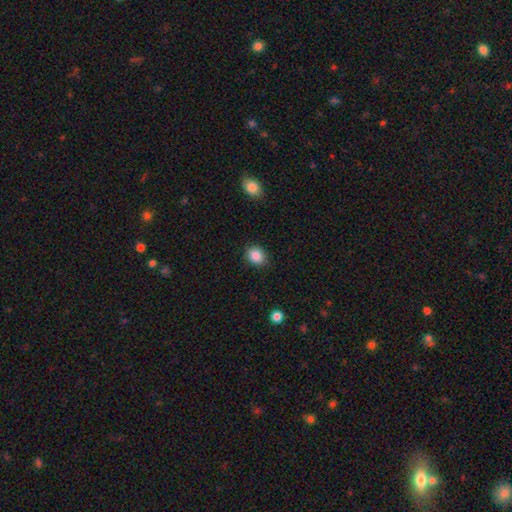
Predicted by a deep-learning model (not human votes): Smooth or featured?
  - smooth: 87% *
  - star or artifact: 9%
  - featured or disk: 4%
How rounded?
  - round: 59% *
  - in between: 40%
  - cigar-shaped: 1%
Merging?
  - none: 86% *
  - minor disturbance: 11%
  - major disturbance: 2%
  - merger: 1%